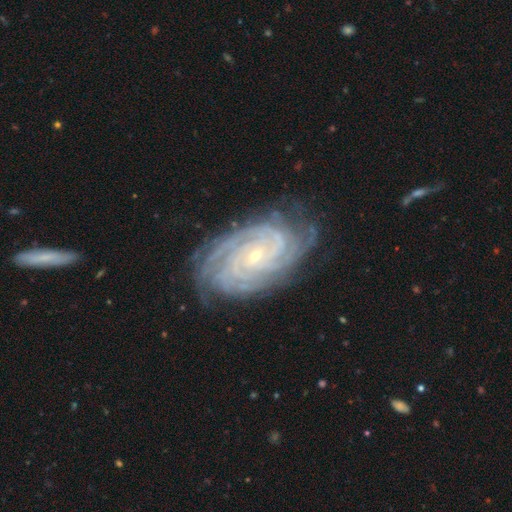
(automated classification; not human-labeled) A featured or disk galaxy (91%) with no bar (66%), 4 (27%) tight (84%) spiral arms (99%) and a small central bulge (82%).

Vote fractions:
- Smooth or featured? featured or disk: 91% / star or artifact: 5% / smooth: 4%
- Edge-on disk? no: 97% / yes: 3%
- Bar? no: 66% / weak: 24% / strong: 10%
- Spiral arms? yes: 99% / no: 1%
- Spiral winding? tight: 84% / medium: 14% / loose: 2%
- Spiral arm count? 4: 27% / more than 4: 24% / can't tell: 17% / 3: 14% / 2: 11% / 1: 8%
- Bulge size? small: 82% / moderate: 14% / none: 1% / large: 1% / dominant: 1%
- Merging? none: 79% / minor disturbance: 15% / major disturbance: 4% / merger: 1%